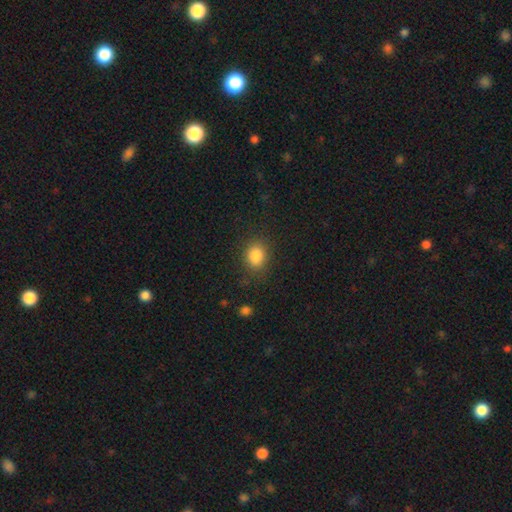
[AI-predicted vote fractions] Smooth or featured? smooth (85%)
How rounded? round (51%)
Merging? none (83%)